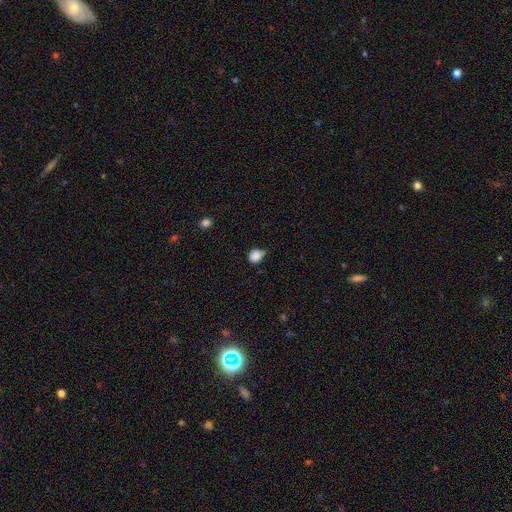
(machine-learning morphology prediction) Q: Smooth or featured?
A: smooth (85%); runner-up: star or artifact (10%)
Q: How rounded?
A: round (68%); runner-up: in between (31%)
Q: Merging?
A: none (51%); runner-up: minor disturbance (38%)